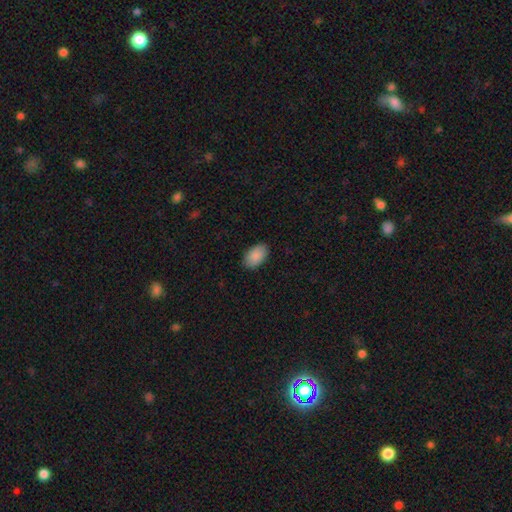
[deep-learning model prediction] Smooth or featured?
  - smooth: 90% *
  - star or artifact: 7%
  - featured or disk: 4%
How rounded?
  - in between: 93% *
  - round: 6%
  - cigar-shaped: 1%
Merging?
  - none: 88% *
  - minor disturbance: 9%
  - major disturbance: 2%
  - merger: 1%